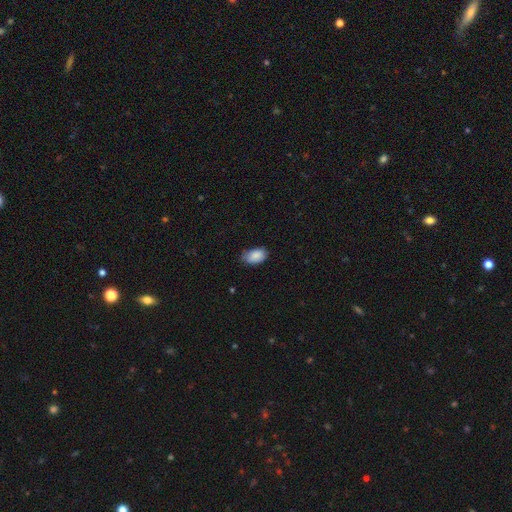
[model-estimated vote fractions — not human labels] smooth-or-featured: smooth: 88% | star or artifact: 7% | featured or disk: 5%
  how-rounded: in between: 92% | round: 6% | cigar-shaped: 1%
  merging: none: 68% | minor disturbance: 27% | major disturbance: 4% | merger: 1%